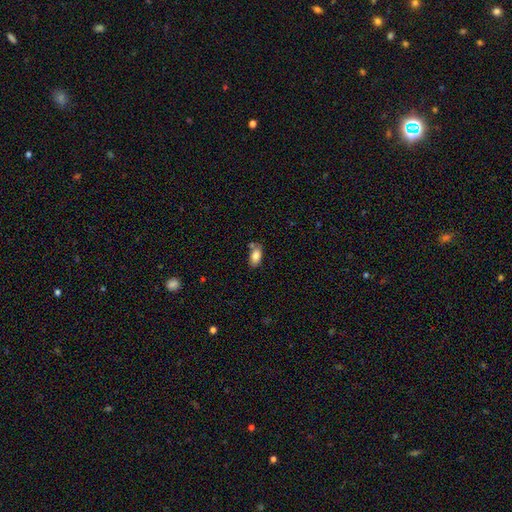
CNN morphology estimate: smooth-or-featured: smooth: 82% | featured or disk: 11% | star or artifact: 8%
  how-rounded: in between: 91% | cigar-shaped: 5% | round: 4%
  merging: none: 65% | minor disturbance: 18% | merger: 13% | major disturbance: 4%